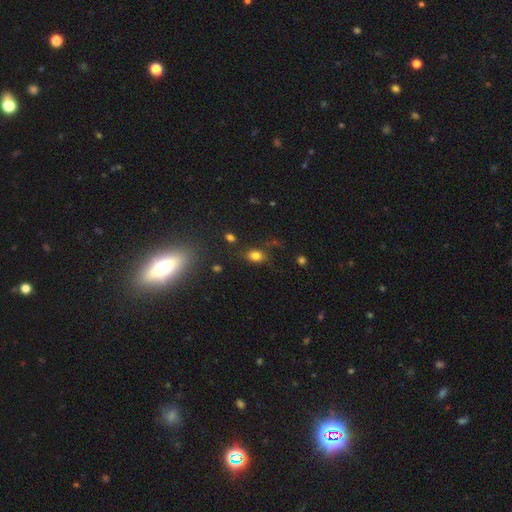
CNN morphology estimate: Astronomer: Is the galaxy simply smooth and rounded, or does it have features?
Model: smooth — 78%.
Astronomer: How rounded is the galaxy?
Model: in between — 68%.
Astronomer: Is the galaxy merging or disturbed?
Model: none — 68%.